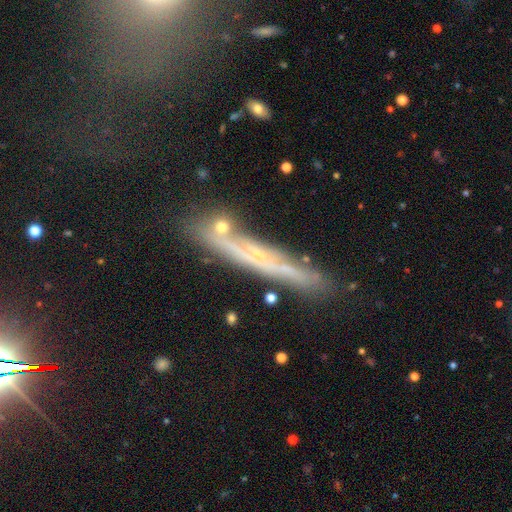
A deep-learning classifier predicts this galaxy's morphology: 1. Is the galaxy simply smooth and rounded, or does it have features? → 63% featured or disk, 23% smooth, 14% star or artifact.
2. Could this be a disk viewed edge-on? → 80% yes, 20% no.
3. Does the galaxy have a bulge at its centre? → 60% none, 35% rounded, 5% boxy.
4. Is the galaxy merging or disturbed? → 75% none, 15% minor disturbance, 6% merger, 4% major disturbance.